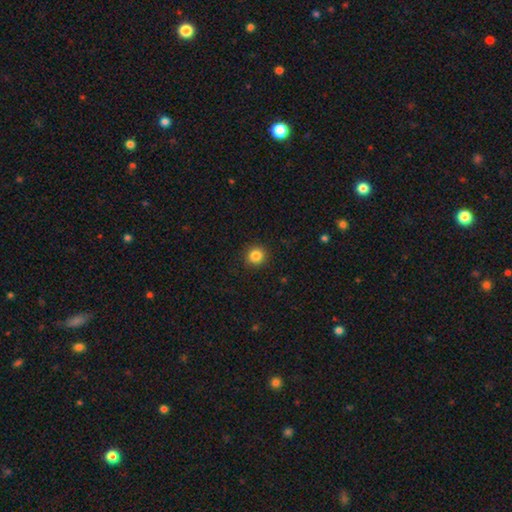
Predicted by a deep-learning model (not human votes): Smooth or featured? smooth (85%)
How rounded? round (93%)
Merging? none (91%)